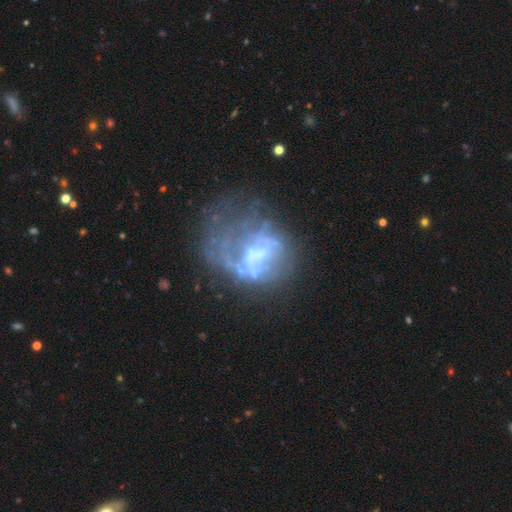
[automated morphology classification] The model was most divided on "bulge size": none: 37%, moderate: 30%, small: 25%, large: 6%, dominant: 2%. Remaining: edge-on disk — no (97%); spiral arms — no (71%); smooth or featured — featured or disk (67%); bar — no (59%); merging — major disturbance (41%).